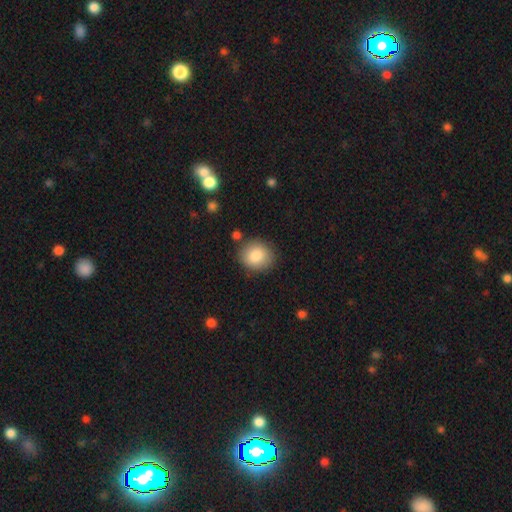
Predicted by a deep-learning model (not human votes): Smooth or featured? smooth (86%)
How rounded? round (79%)
Merging? none (84%)